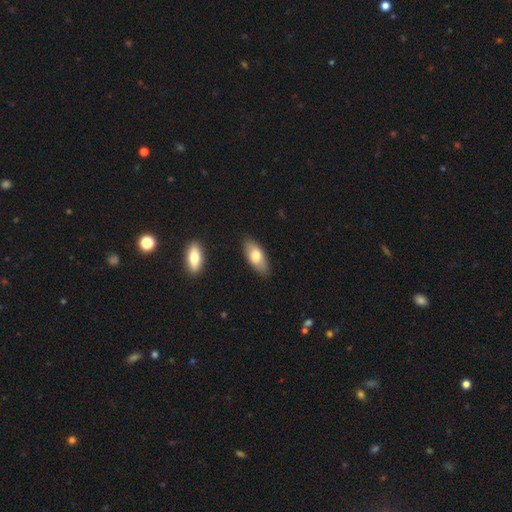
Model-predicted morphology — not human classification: A smooth galaxy with no disk features (75%) that is in between round and cigar-shaped (86%). Merging: none (85%).